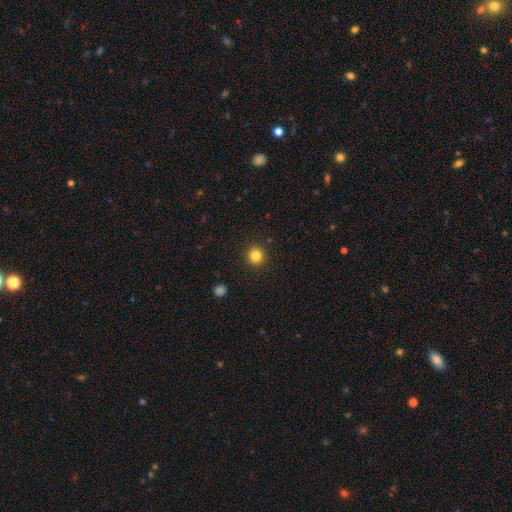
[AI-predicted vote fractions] Overall: smooth (84%). How rounded: round (93%). Merging: none (92%).